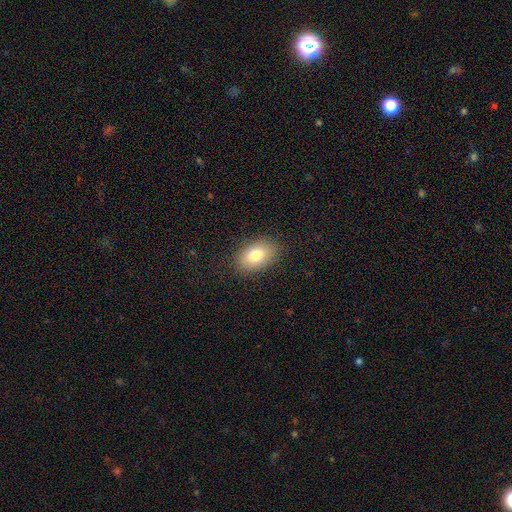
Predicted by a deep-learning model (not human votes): A smooth galaxy with no disk features (79%) that is in between round and cigar-shaped (87%).

Vote fractions:
- Smooth or featured? smooth: 79% / featured or disk: 12% / star or artifact: 9%
- How rounded? in between: 87% / round: 12% / cigar-shaped: 1%
- Merging? none: 86% / minor disturbance: 10% / major disturbance: 3% / merger: 1%